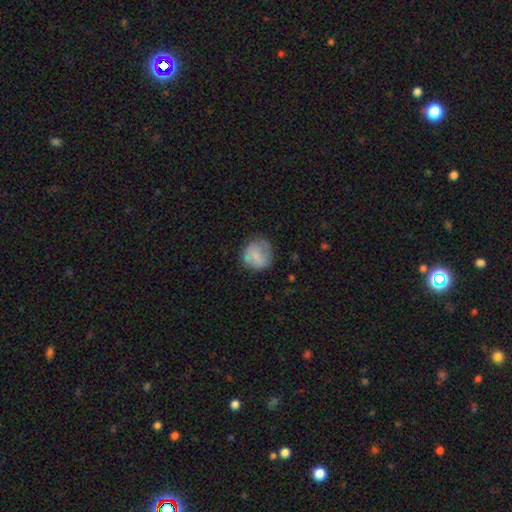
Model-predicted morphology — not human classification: smooth 73%, featured or disk 19%, star or artifact 7%. Down the decision tree: how rounded — round (87%); merging — none (66%).